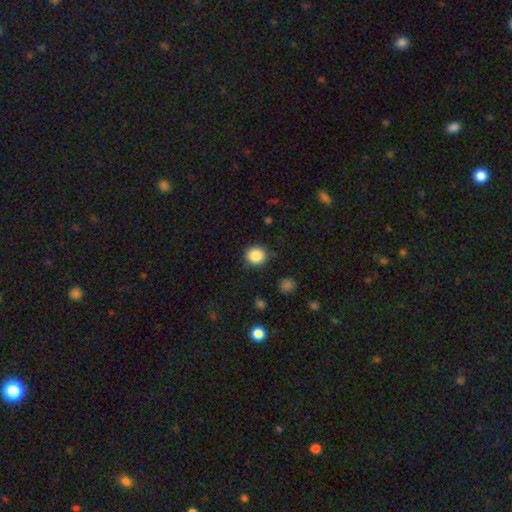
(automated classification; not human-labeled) Smooth or featured?
  - smooth: 86% *
  - star or artifact: 10%
  - featured or disk: 4%
How rounded?
  - round: 92% *
  - in between: 7%
  - cigar-shaped: 1%
Merging?
  - none: 89% *
  - minor disturbance: 7%
  - major disturbance: 2%
  - merger: 2%